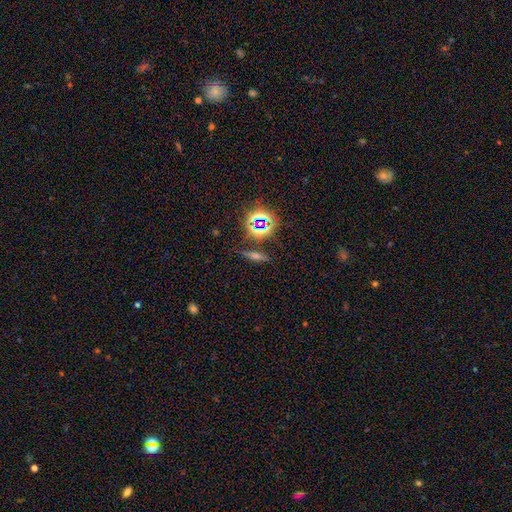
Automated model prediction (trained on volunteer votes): Morphology: type=featured or disk (36%); merging=none (82%).